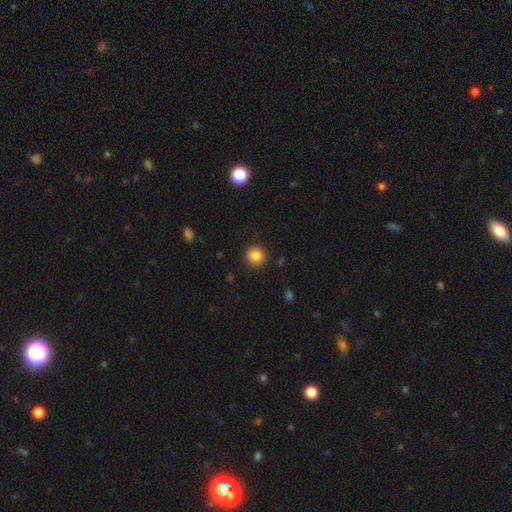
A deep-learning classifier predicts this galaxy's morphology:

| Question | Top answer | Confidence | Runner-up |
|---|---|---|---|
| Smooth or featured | smooth | 85% | star or artifact (10%) |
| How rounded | round | 88% | in between (11%) |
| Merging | none | 89% | minor disturbance (8%) |